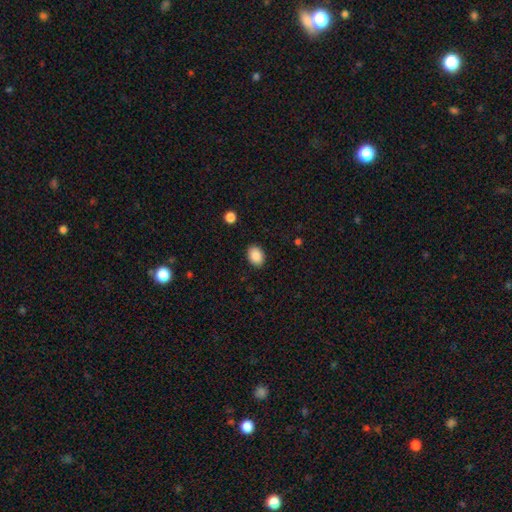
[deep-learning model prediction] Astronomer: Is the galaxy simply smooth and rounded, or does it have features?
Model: smooth — 89%.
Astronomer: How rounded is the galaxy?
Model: in between — 75%.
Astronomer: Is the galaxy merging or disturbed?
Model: none — 88%.